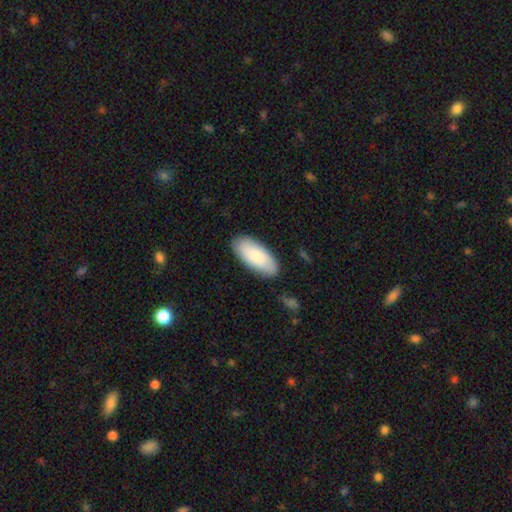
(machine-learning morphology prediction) smooth-or-featured: smooth: 81% | featured or disk: 13% | star or artifact: 5%
  how-rounded: in between: 89% | cigar-shaped: 9% | round: 2%
  merging: none: 86% | minor disturbance: 11% | major disturbance: 2% | merger: 1%